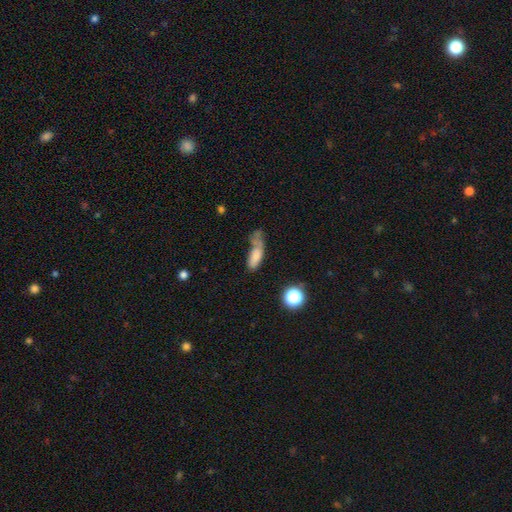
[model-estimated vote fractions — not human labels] Overall: smooth (70%). How rounded: in between (61%; cigar-shaped 33%). Merging: major disturbance (30%; none 27%).